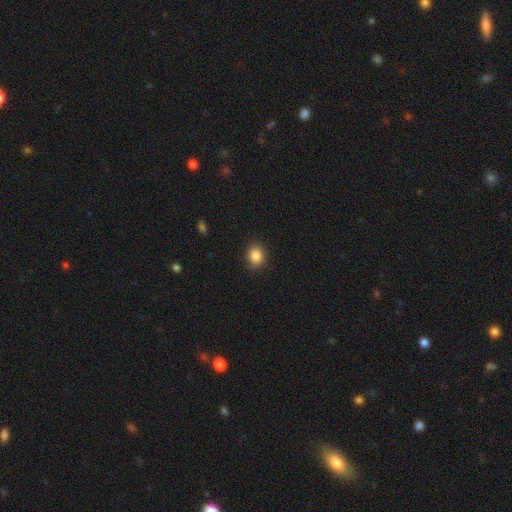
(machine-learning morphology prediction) This is clearly a smooth galaxy (86%). How rounded: likely round (70%). Merging: clearly none (85%).